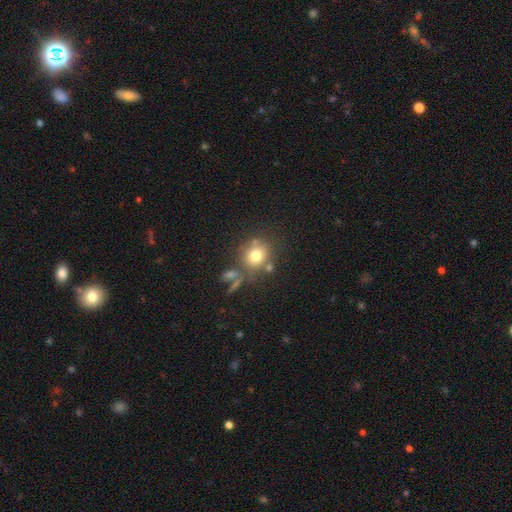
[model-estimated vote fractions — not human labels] Smooth or featured: smooth — 74% (star or artifact — 13%)
How rounded: round — 81% (in between — 18%)
Merging: none — 67% (merger — 15%)